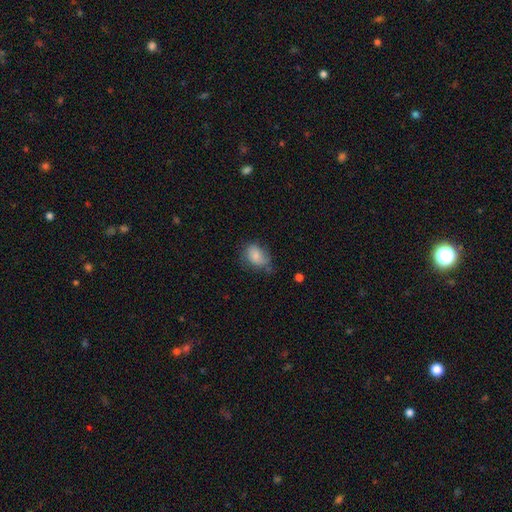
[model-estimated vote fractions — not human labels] A smooth galaxy with no disk features (79%) that is in between round and cigar-shaped (75%). Merging: none (48%).